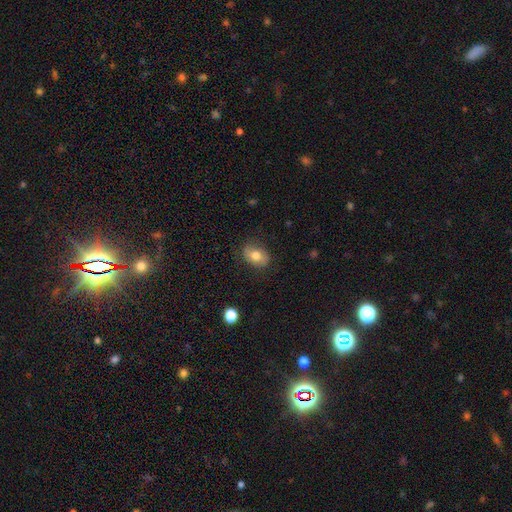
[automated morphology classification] smooth_or_featured: smooth (p=0.75) [alt: featured or disk p=0.17]
how_rounded: in between (p=0.77) [alt: round p=0.22]
merging: none (p=0.81) [alt: minor disturbance p=0.14]